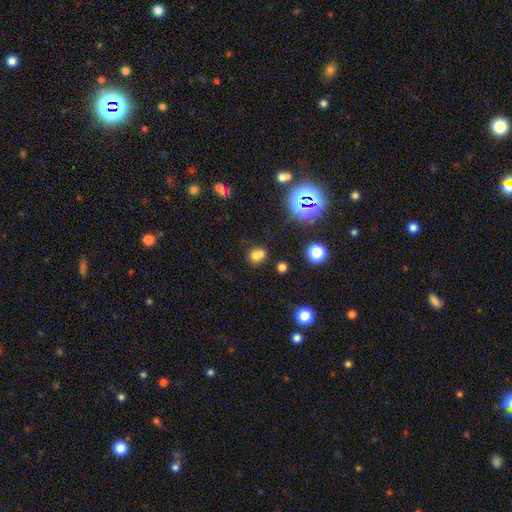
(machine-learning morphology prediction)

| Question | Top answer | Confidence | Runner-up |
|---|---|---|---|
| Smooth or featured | smooth | 66% | star or artifact (21%) |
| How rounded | round | 73% | in between (26%) |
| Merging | merger | 46% | none (41%) |